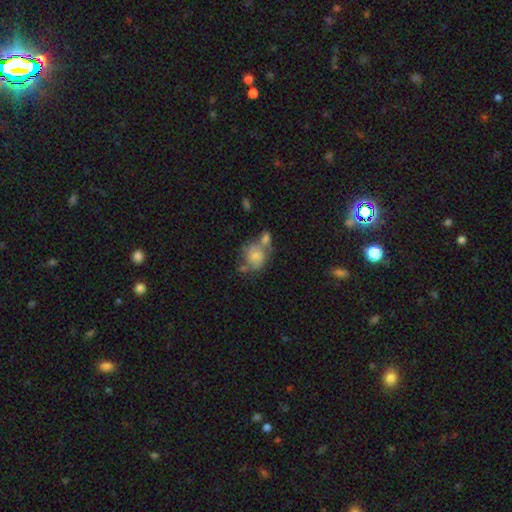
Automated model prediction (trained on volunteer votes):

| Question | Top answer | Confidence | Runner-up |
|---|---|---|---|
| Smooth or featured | smooth | 58% | featured or disk (33%) |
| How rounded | round | 62% | in between (37%) |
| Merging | merger | 42% | none (32%) |